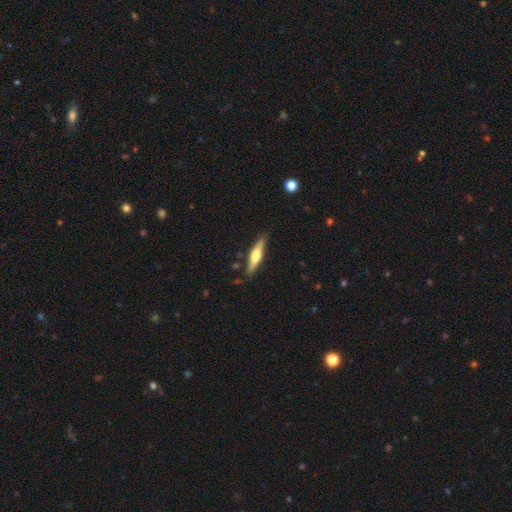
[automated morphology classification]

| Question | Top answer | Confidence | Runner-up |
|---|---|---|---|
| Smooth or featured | featured or disk | 54% | smooth (41%) |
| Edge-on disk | yes | 95% | no (5%) |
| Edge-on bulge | rounded | 86% | boxy (9%) |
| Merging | none | 86% | minor disturbance (10%) |